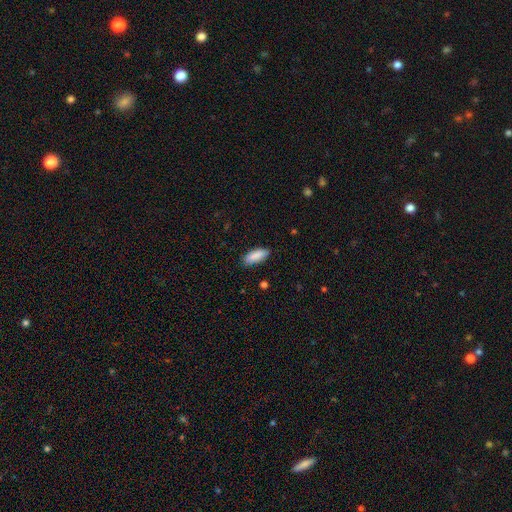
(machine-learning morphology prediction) type=smooth (88%); roundness=in between (75%); merging=none (84%).